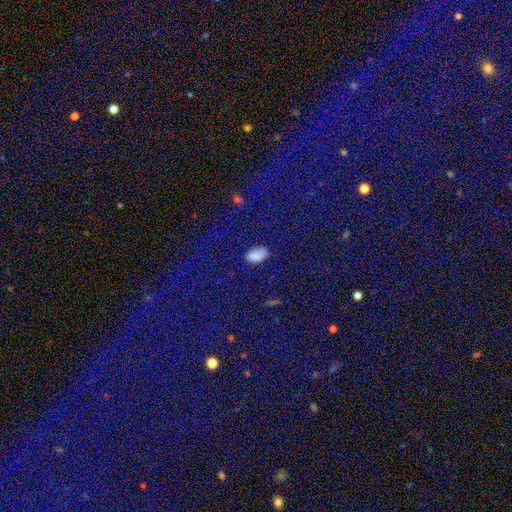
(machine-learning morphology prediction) smooth-or-featured: smooth: 68% | star or artifact: 25% | featured or disk: 7%
  how-rounded: in between: 89% | round: 7% | cigar-shaped: 4%
  merging: none: 82% | minor disturbance: 11% | major disturbance: 4% | merger: 3%